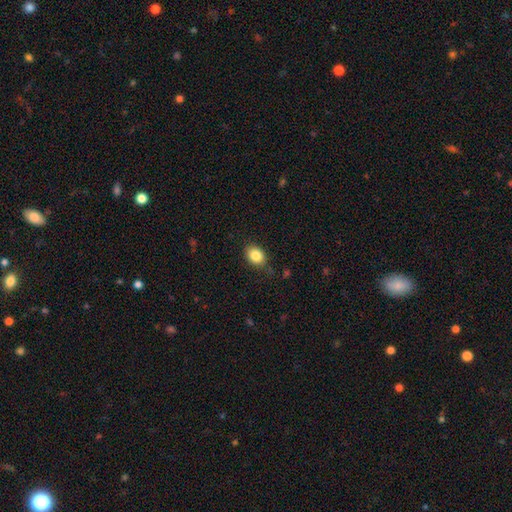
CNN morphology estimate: smooth-or-featured: smooth: 85% | star or artifact: 9% | featured or disk: 6%
  how-rounded: in between: 62% | round: 37% | cigar-shaped: 1%
  merging: none: 81% | minor disturbance: 15% | major disturbance: 3% | merger: 1%